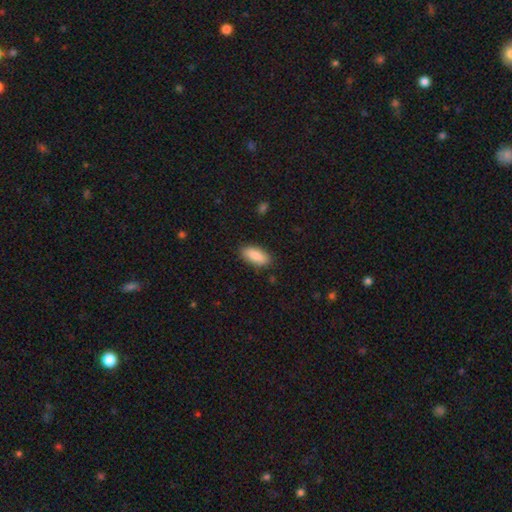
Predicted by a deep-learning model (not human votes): This is clearly a smooth galaxy (87%). How rounded: clearly in between (86%). Merging: clearly none (87%).